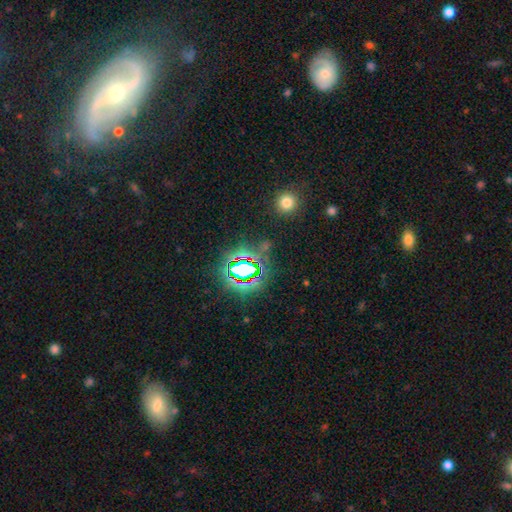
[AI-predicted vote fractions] Q: Smooth or featured?
A: star or artifact (68%); runner-up: smooth (16%)